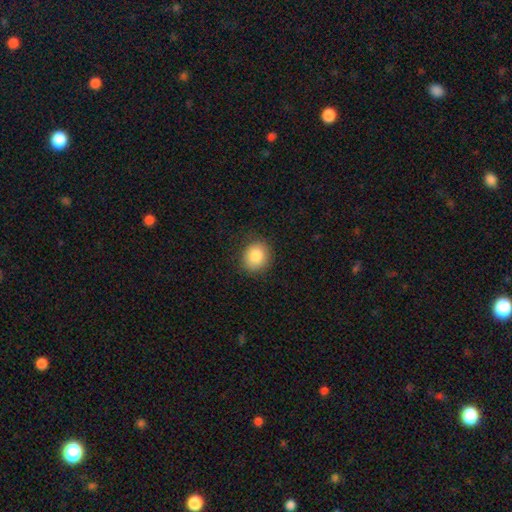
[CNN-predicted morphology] smooth 85%, star or artifact 9%, featured or disk 7%. Down the decision tree: how rounded — round (71%); merging — none (85%).